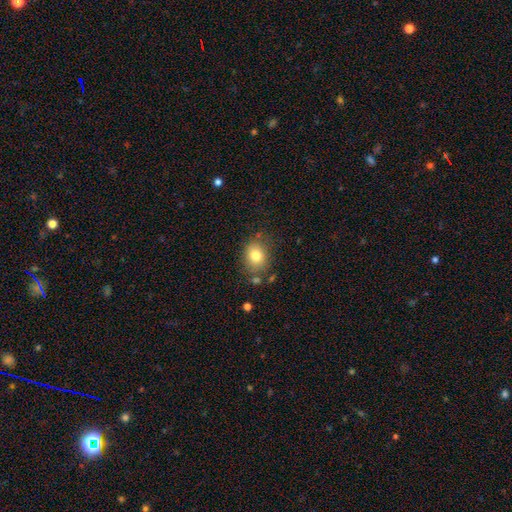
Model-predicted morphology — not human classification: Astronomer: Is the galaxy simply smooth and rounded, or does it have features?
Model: smooth — 79%.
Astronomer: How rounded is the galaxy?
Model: round — 58% (runner-up: in between, 42%).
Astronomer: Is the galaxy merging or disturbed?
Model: none — 75%.